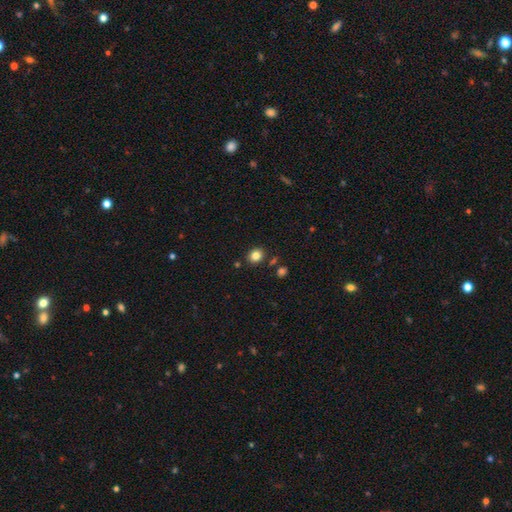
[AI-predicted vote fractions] Smooth or featured? Predicted: smooth (p=0.82). How rounded? Predicted: round (p=0.67). Merging? Predicted: none (p=0.84).